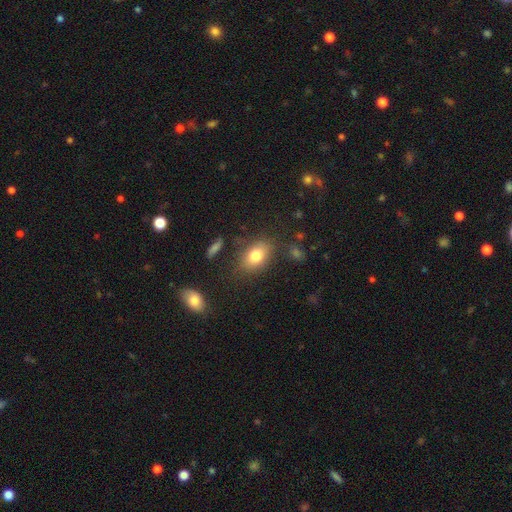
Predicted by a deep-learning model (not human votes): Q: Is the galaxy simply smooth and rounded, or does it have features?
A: smooth — 78%.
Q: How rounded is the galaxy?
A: in between — 82%.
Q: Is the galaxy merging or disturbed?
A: none — 77%.